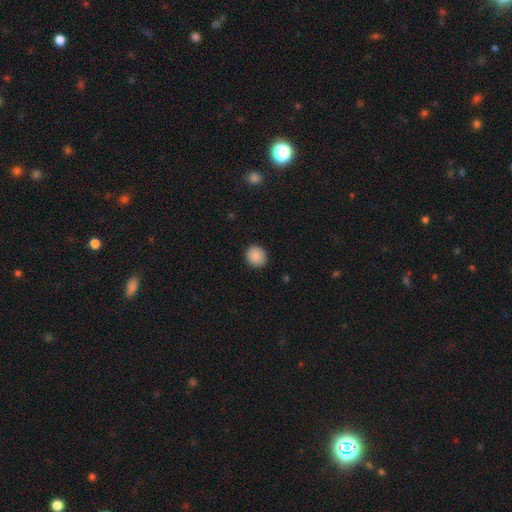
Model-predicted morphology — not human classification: smooth-or-featured: smooth: 89% | star or artifact: 8% | featured or disk: 4%
  how-rounded: round: 87% | in between: 12% | cigar-shaped: 1%
  merging: none: 91% | minor disturbance: 6% | major disturbance: 2% | merger: 1%